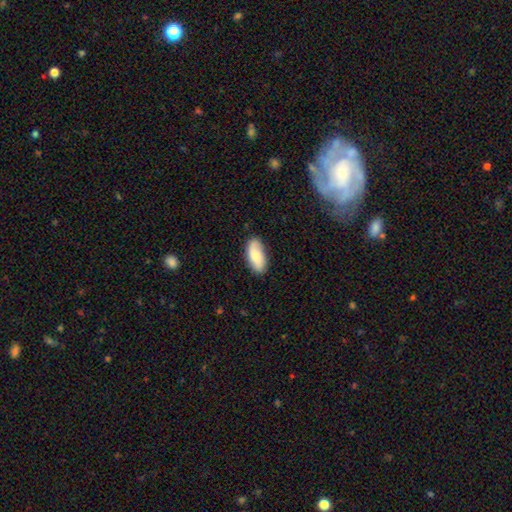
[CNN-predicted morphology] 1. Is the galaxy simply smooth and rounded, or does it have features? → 72% smooth, 22% featured or disk, 6% star or artifact.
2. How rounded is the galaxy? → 90% in between, 7% cigar-shaped, 2% round.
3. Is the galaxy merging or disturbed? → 82% none, 14% minor disturbance, 3% major disturbance, 1% merger.